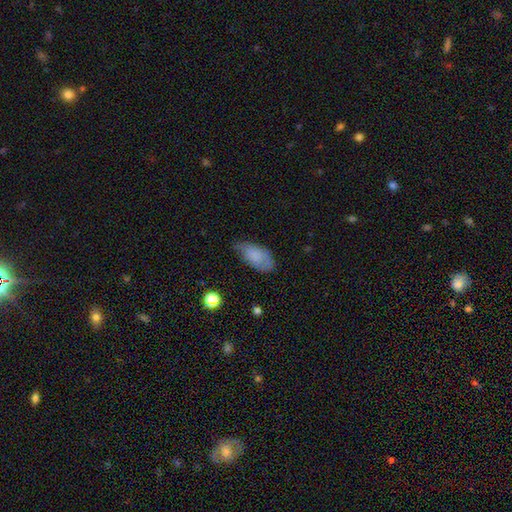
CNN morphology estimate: Q: Smooth or featured?
A: smooth (79%); runner-up: featured or disk (14%)
Q: How rounded?
A: in between (92%); runner-up: cigar-shaped (5%)
Q: Merging?
A: none (56%); runner-up: minor disturbance (34%)